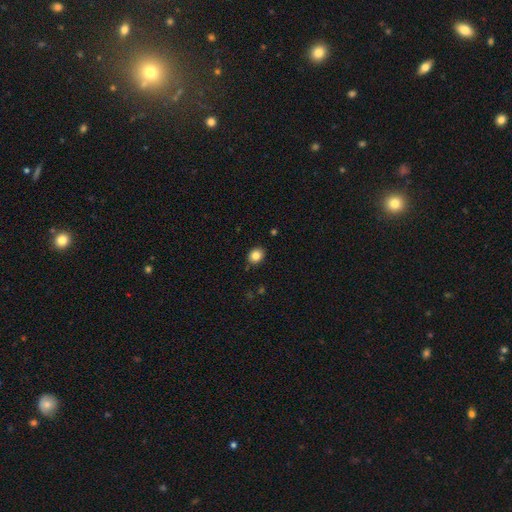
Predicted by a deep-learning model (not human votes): Smooth or featured: smooth — 84% (star or artifact — 10%)
How rounded: round — 56% (in between — 43%)
Merging: none — 86% (minor disturbance — 10%)